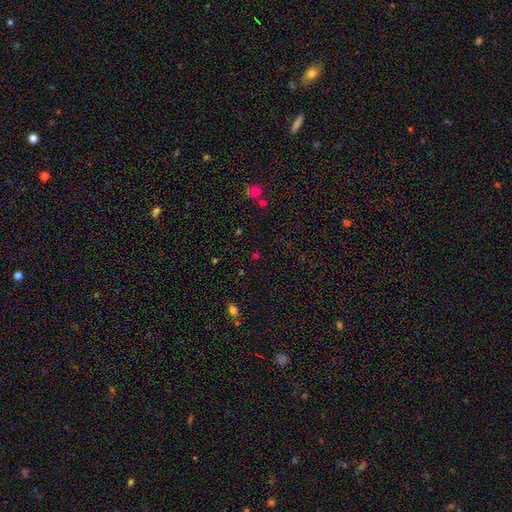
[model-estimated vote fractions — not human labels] The model was most divided on "smooth or featured": star or artifact: 47%, smooth: 46%, featured or disk: 7%.